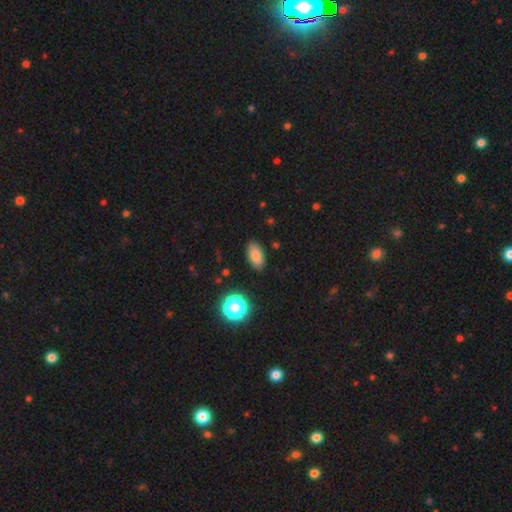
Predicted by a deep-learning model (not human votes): This appears to be a smooth galaxy with no disk features (81%) that is in between round and cigar-shaped (92%). Merging: none (86%).